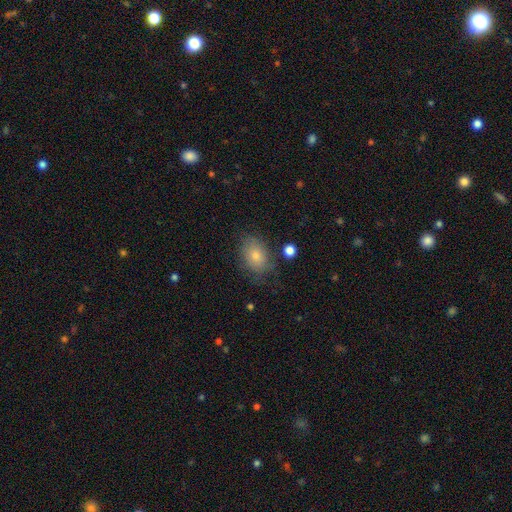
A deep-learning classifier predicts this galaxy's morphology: Smooth or featured? smooth (75%)
How rounded? in between (75%)
Merging? none (73%)